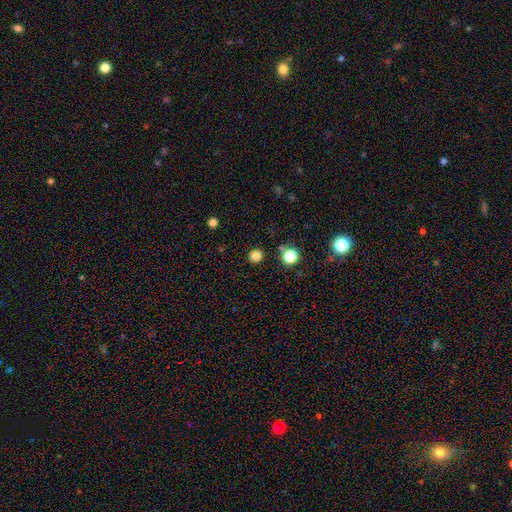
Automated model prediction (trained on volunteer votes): Q: Smooth or featured?
A: smooth (82%); runner-up: star or artifact (15%)
Q: How rounded?
A: round (95%); runner-up: in between (4%)
Q: Merging?
A: none (90%); runner-up: minor disturbance (5%)